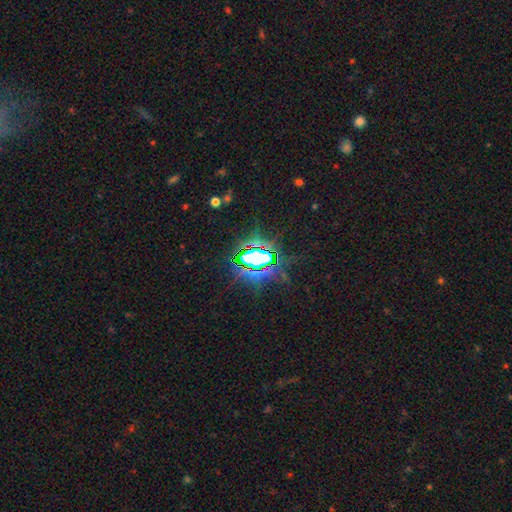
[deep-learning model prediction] smooth-or-featured: star or artifact: 76% | smooth: 12% | featured or disk: 11%